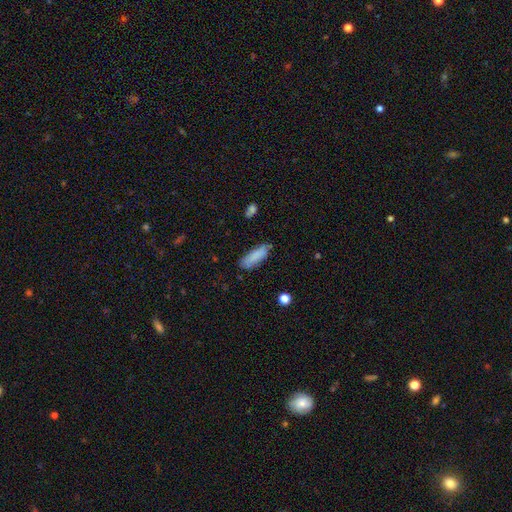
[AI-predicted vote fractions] The model was most divided on "how rounded": in between: 54%, cigar-shaped: 45%, round: 2%. More confident: smooth or featured — smooth (83%); merging — none (73%).